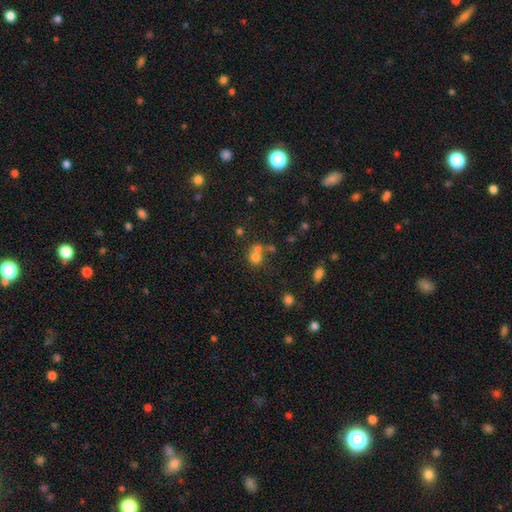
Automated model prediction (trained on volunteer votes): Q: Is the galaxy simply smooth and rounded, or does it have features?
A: smooth — 70%.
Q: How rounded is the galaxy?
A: round — 78%.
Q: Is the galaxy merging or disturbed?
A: merger — 49%.